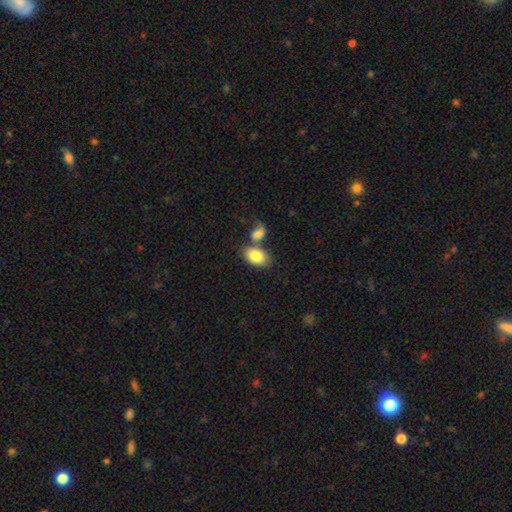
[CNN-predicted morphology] type=smooth (85%); roundness=in between (90%); merging=none (47%).